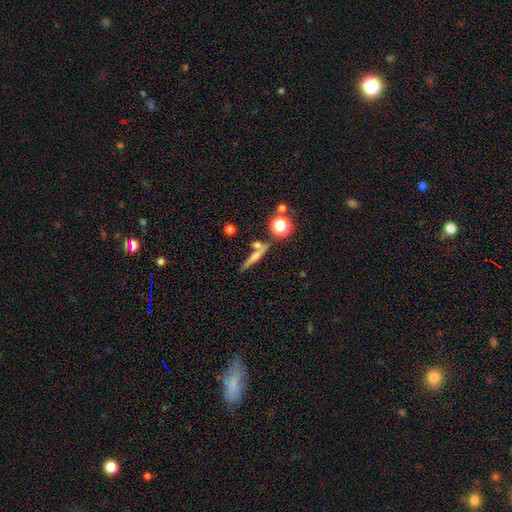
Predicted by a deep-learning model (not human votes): Smooth or featured?
  - smooth: 48% *
  - featured or disk: 39%
  - star or artifact: 13%
Merging?
  - none: 65% *
  - merger: 18%
  - minor disturbance: 12%
  - major disturbance: 5%